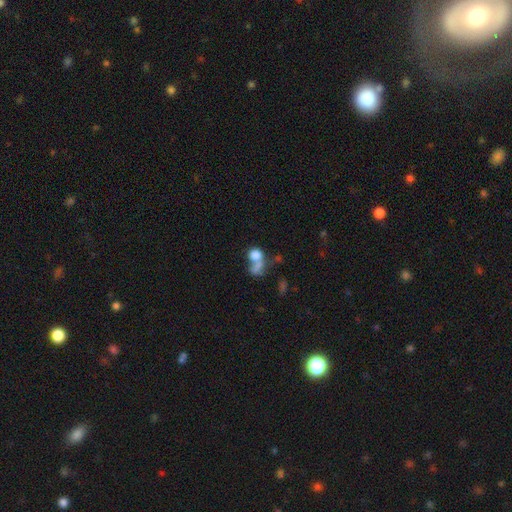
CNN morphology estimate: Smooth or featured?
  - smooth: 73% *
  - featured or disk: 15%
  - star or artifact: 12%
How rounded?
  - round: 62% *
  - in between: 36%
  - cigar-shaped: 2%
Merging?
  - merger: 51% *
  - none: 26%
  - major disturbance: 13%
  - minor disturbance: 9%